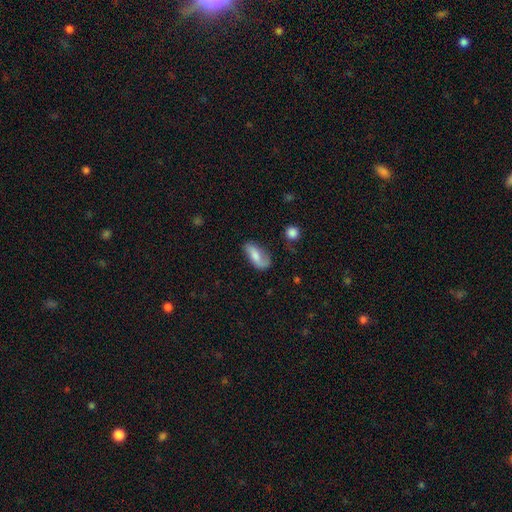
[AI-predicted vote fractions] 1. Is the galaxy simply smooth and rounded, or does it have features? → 55% smooth, 38% featured or disk, 7% star or artifact.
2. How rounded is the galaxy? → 83% in between, 13% cigar-shaped, 4% round.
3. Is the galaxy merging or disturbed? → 57% none, 27% minor disturbance, 12% major disturbance, 3% merger.